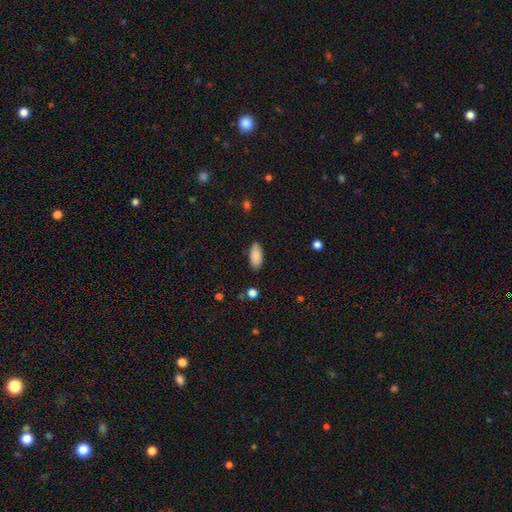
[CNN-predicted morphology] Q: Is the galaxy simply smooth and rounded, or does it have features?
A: smooth — 88%.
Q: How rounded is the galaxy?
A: in between — 89%.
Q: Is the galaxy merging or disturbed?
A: none — 87%.